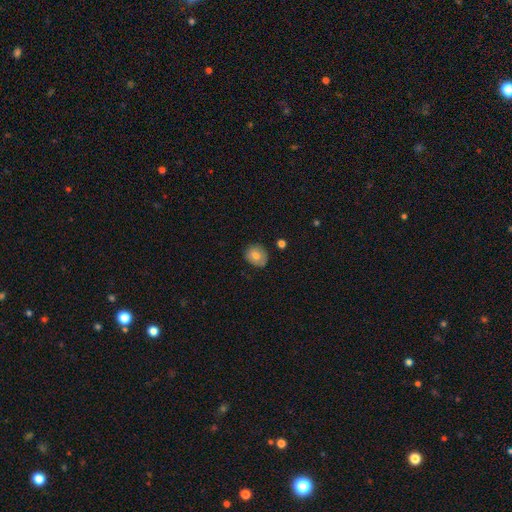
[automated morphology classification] Smooth or featured? Predicted: smooth (p=0.73). How rounded? Predicted: round (p=0.66). Merging? Predicted: none (p=0.76).